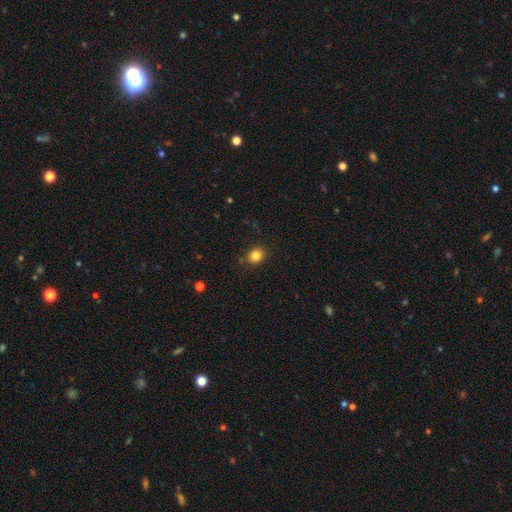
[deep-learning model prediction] Smooth or featured: smooth — 83% (star or artifact — 12%)
How rounded: round — 75% (in between — 24%)
Merging: none — 87% (minor disturbance — 9%)